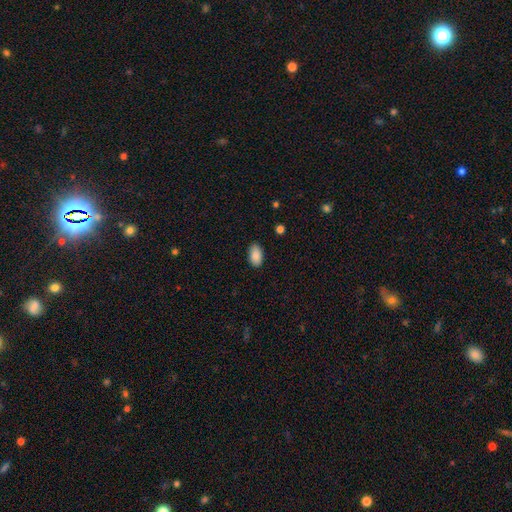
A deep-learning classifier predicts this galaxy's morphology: Overall: smooth (89%). How rounded: in between (94%). Merging: none (87%).